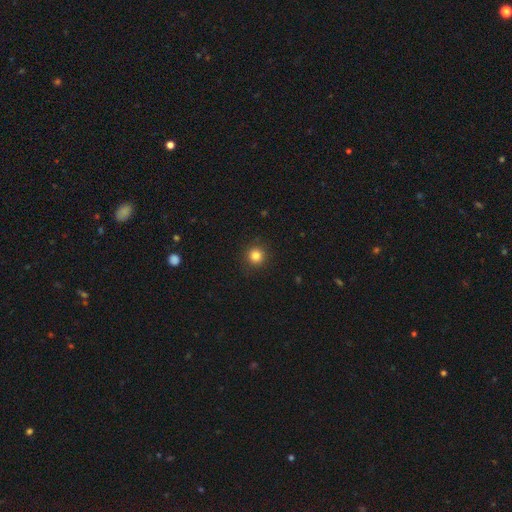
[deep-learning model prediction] This appears to be a smooth galaxy with no disk features (83%) that is round (95%). Merging: none (92%).